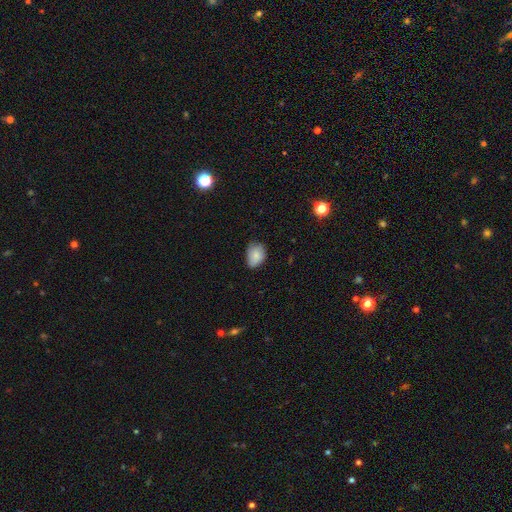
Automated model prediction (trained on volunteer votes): Smooth or featured? smooth (81%)
How rounded? in between (68%)
Merging? none (57%)